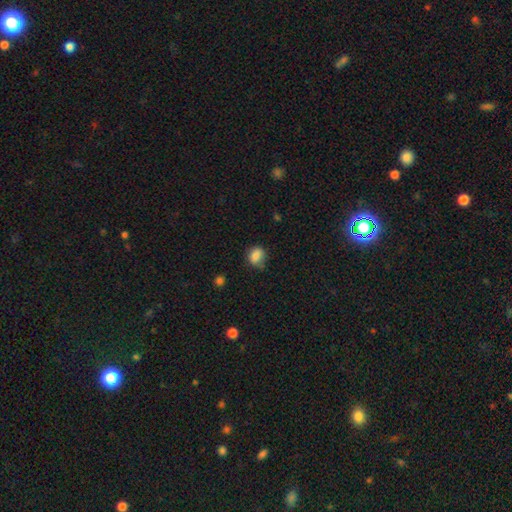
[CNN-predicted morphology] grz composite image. It shows a smooth galaxy with no disk features (83%) that is round (57%). Merging: none (62%).